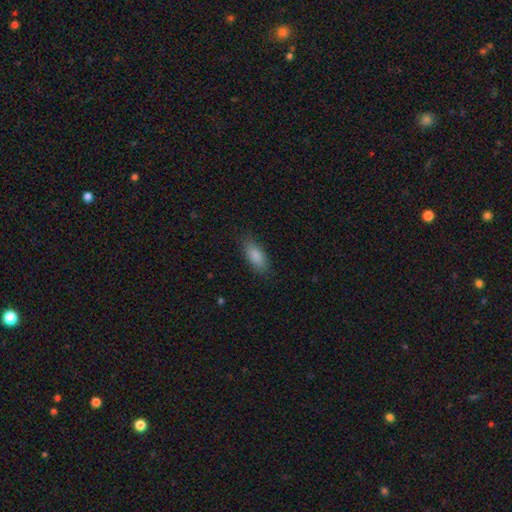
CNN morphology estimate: Q: Smooth or featured?
A: smooth (86%); runner-up: featured or disk (7%)
Q: How rounded?
A: in between (83%); runner-up: cigar-shaped (14%)
Q: Merging?
A: none (84%); runner-up: minor disturbance (12%)